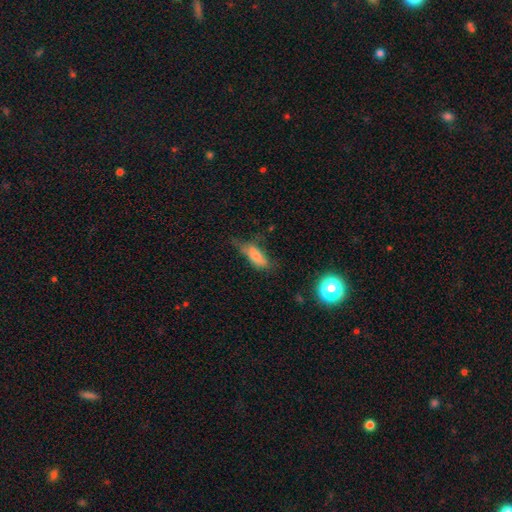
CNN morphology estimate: smooth_or_featured: smooth (p=0.69) [alt: featured or disk p=0.21]
how_rounded: in between (p=0.64) [alt: cigar-shaped p=0.32]
merging: none (p=0.43) [alt: minor disturbance p=0.33]